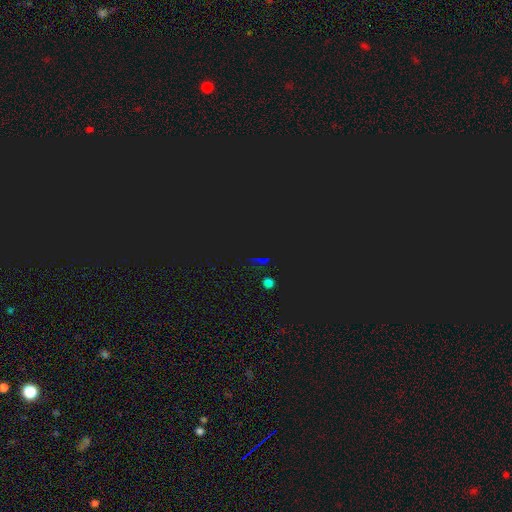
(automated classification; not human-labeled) Smooth or featured?
  - star or artifact: 74% *
  - smooth: 17%
  - featured or disk: 9%